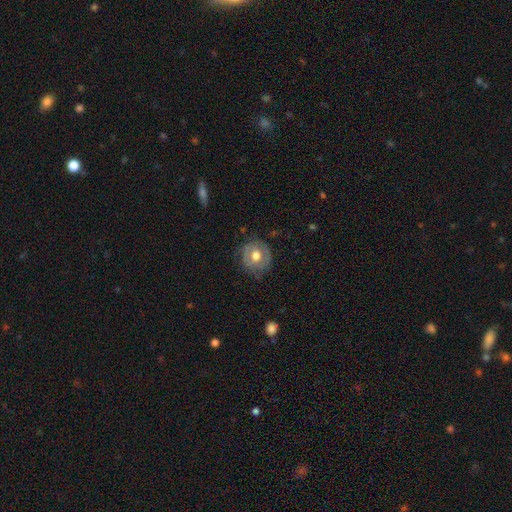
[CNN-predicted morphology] Smooth or featured? featured or disk (49%)
Merging? none (75%)